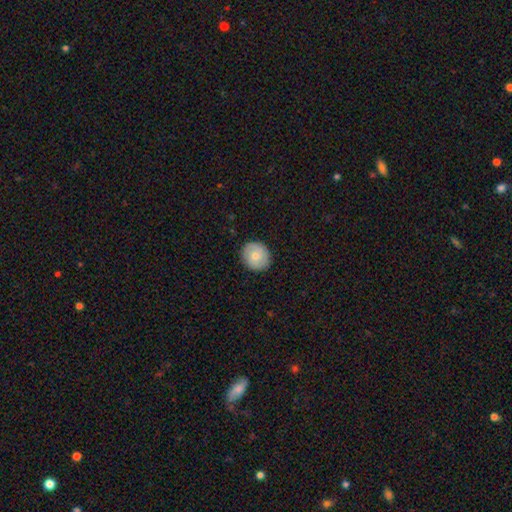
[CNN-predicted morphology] A smooth galaxy with no disk features (70%) that is round (83%). Merging: none (88%).